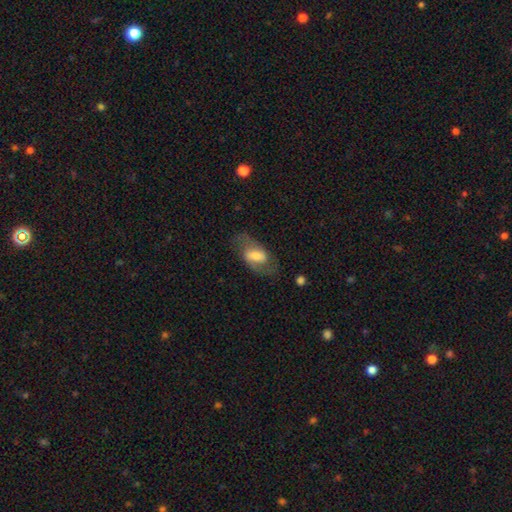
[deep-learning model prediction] This is possibly a featured or disk galaxy (53%). It is clearly not viewed edge-on (93%). Merging: likely none (67%).